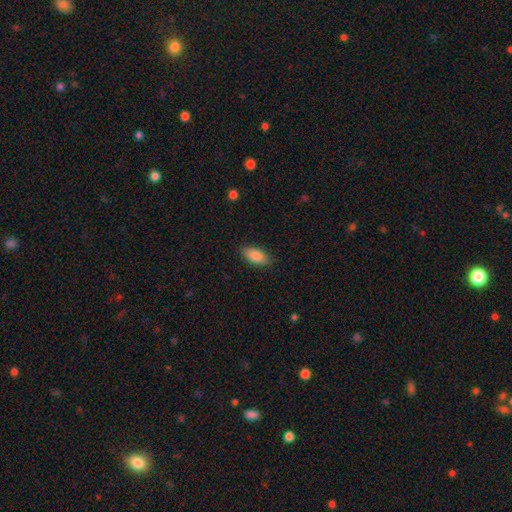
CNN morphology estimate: Smooth or featured?
  - smooth: 85% *
  - featured or disk: 8%
  - star or artifact: 7%
How rounded?
  - in between: 89% *
  - cigar-shaped: 8%
  - round: 3%
Merging?
  - none: 85% *
  - minor disturbance: 12%
  - major disturbance: 2%
  - merger: 1%